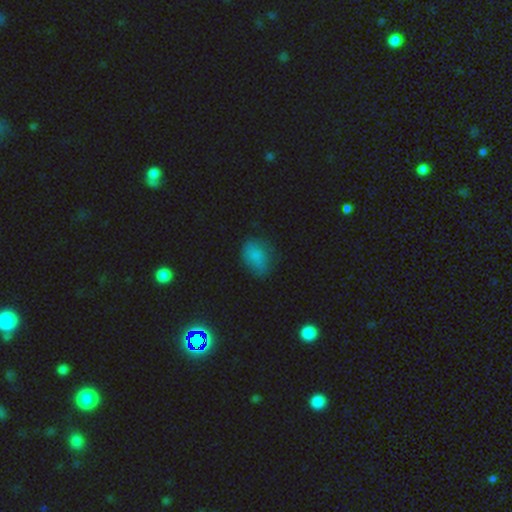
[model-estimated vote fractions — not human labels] Smooth or featured?
  - smooth: 74% *
  - star or artifact: 13%
  - featured or disk: 13%
How rounded?
  - in between: 68% *
  - round: 30%
  - cigar-shaped: 1%
Merging?
  - none: 61% *
  - minor disturbance: 27%
  - major disturbance: 10%
  - merger: 2%